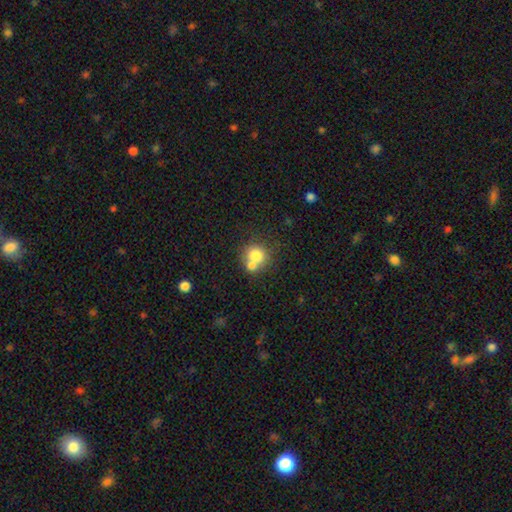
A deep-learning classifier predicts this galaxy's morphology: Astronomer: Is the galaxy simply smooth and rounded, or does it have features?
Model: smooth — 75%.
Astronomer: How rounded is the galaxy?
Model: round — 82%.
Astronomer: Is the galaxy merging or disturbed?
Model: merger — 51% (runner-up: none, 38%).